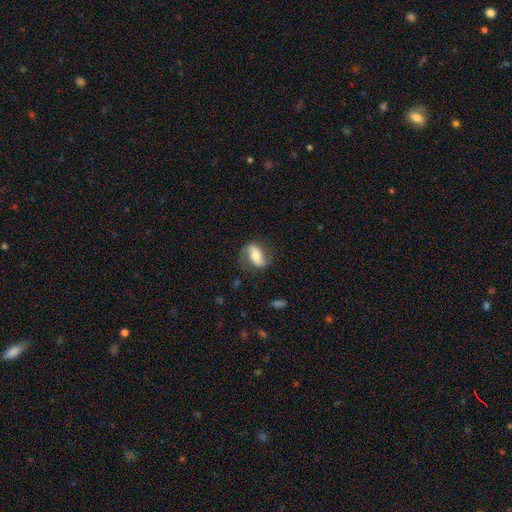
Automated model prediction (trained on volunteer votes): Smooth or featured: featured or disk — 65% (smooth — 28%)
Edge-on disk: no — 93% (yes — 7%)
Bar: strong — 37% (no — 33%)
Spiral arms: yes — 87% (no — 13%)
Spiral winding: loose — 54% (medium — 33%)
Spiral arm count: 2 — 88% (can't tell — 5%)
Bulge size: moderate — 61% (small — 21%)
Merging: none — 73% (minor disturbance — 17%)